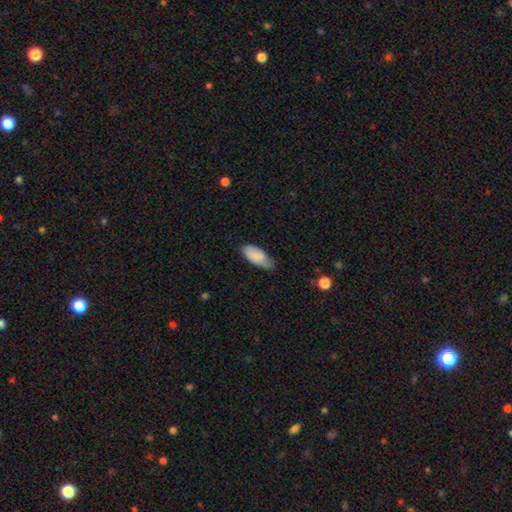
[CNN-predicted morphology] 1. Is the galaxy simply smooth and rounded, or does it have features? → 86% smooth, 8% featured or disk, 6% star or artifact.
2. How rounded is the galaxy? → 89% in between, 9% cigar-shaped, 2% round.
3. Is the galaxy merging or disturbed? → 58% none, 34% minor disturbance, 6% major disturbance, 2% merger.